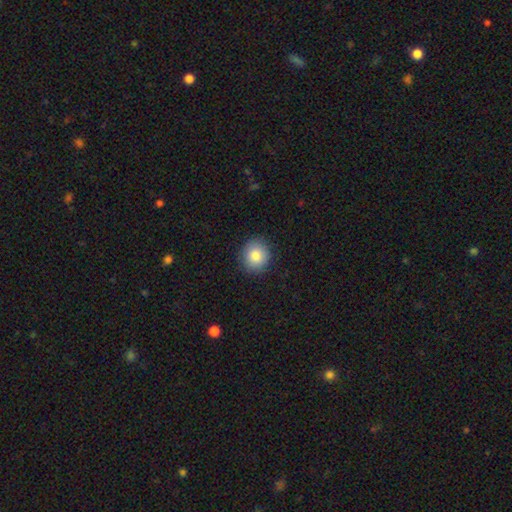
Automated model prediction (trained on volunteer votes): This is clearly a smooth galaxy (84%). How rounded: clearly round (84%). Merging: clearly none (89%).